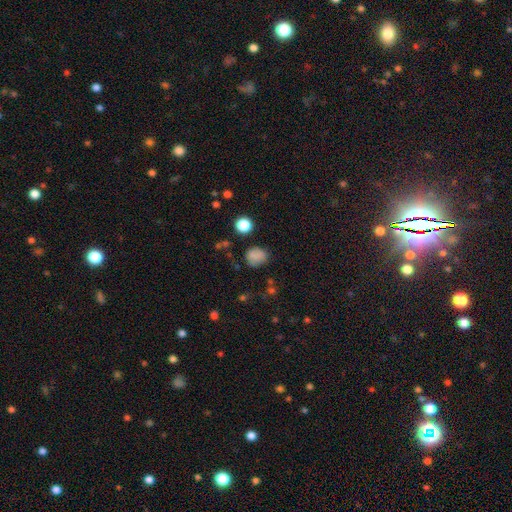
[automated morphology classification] This is likely a smooth galaxy (79%). How rounded: likely round (70%). Merging: likely none (71%).